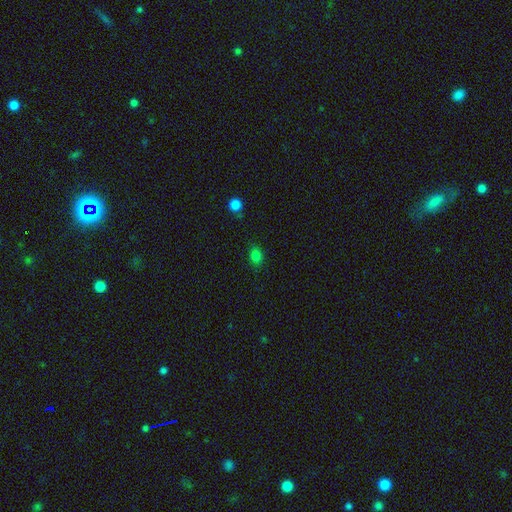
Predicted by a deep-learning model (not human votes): The model was most divided on "how rounded": in between: 60%, round: 39%, cigar-shaped: 1%. More confident: merging — none (83%); smooth or featured — smooth (79%).